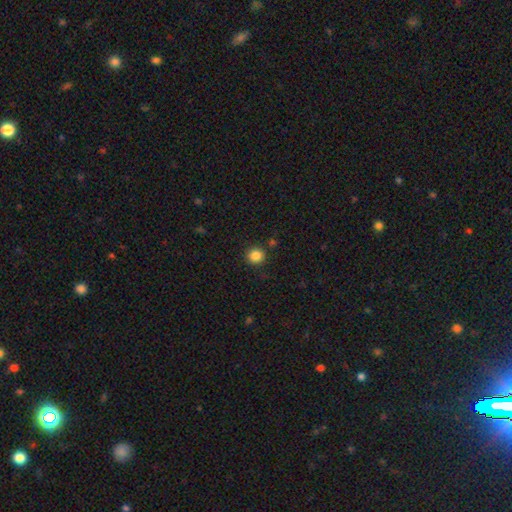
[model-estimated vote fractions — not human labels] Smooth or featured? smooth (85%)
How rounded? round (92%)
Merging? none (89%)